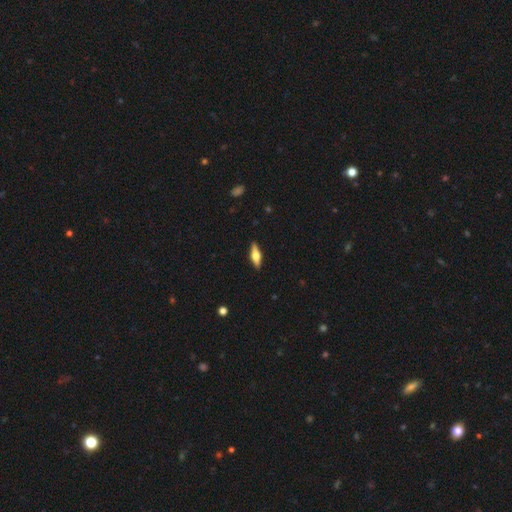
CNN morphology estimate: featured or disk 54%, smooth 40%, star or artifact 6%. Down the decision tree: edge-on disk — yes (94%); edge-on bulge — rounded (92%); merging — none (89%).